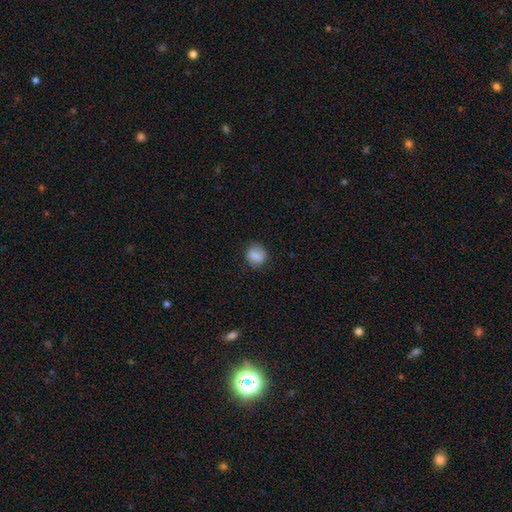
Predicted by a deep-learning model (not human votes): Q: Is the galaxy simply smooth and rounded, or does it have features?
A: smooth — 79%.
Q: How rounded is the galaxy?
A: round — 72%.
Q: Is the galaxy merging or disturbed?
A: none — 82%.